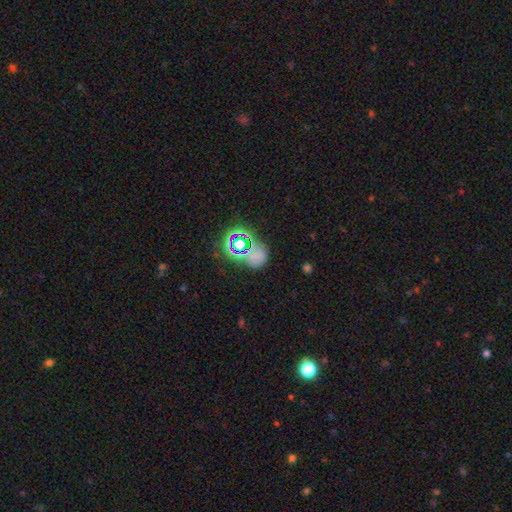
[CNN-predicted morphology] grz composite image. It shows a smooth galaxy with no disk features (47%). Merging: none (59%).